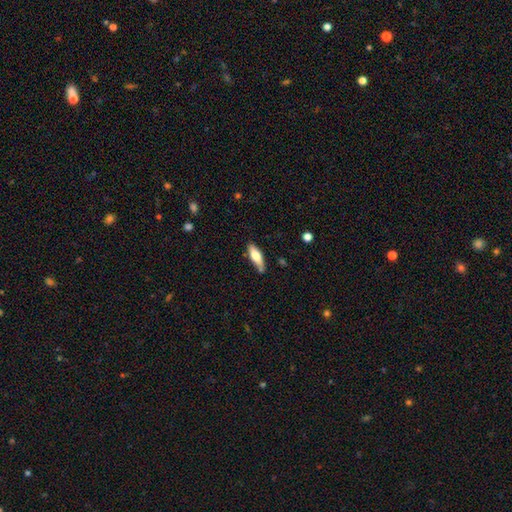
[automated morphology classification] This appears to be a smooth galaxy with no disk features (67%) that is in between round and cigar-shaped (56%). Merging: none (76%).